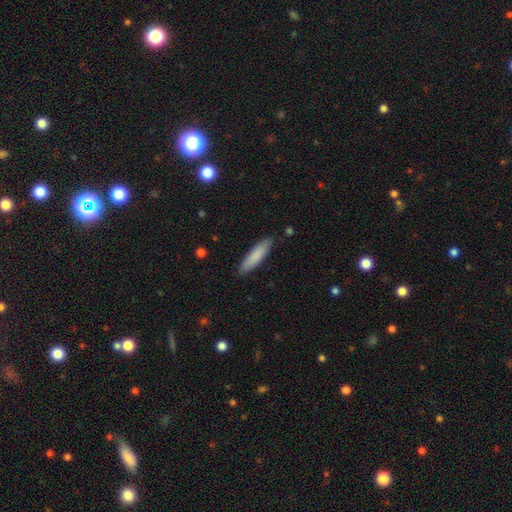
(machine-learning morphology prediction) smooth 83%, featured or disk 12%, star or artifact 5%. Down the decision tree: how rounded — cigar-shaped (76%); merging — none (87%).